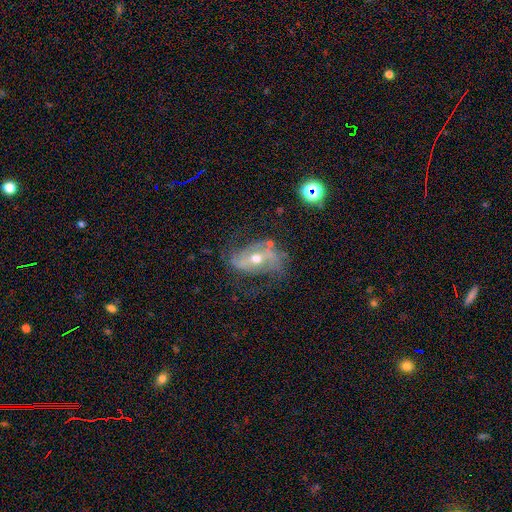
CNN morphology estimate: type=featured or disk (72%); edge-on=no (91%); bar=no (46%); spiral arms=yes (80%); winding=loose (40%); arm count=2 (69%); bulge=moderate (58%); merging=none (56%).